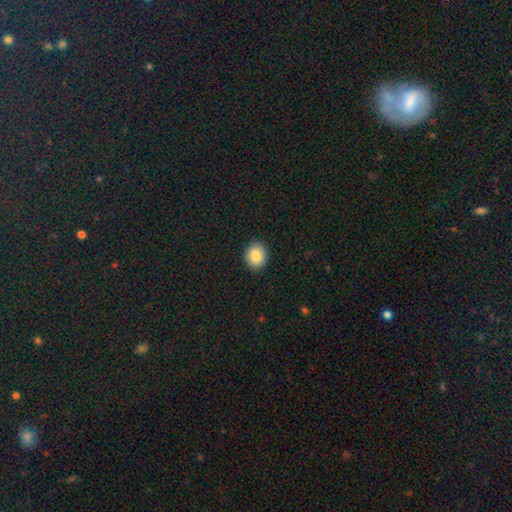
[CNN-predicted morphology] smooth_or_featured: smooth (p=0.85) [alt: star or artifact p=0.08]
how_rounded: round (p=0.66) [alt: in between p=0.33]
merging: none (p=0.90) [alt: minor disturbance p=0.07]